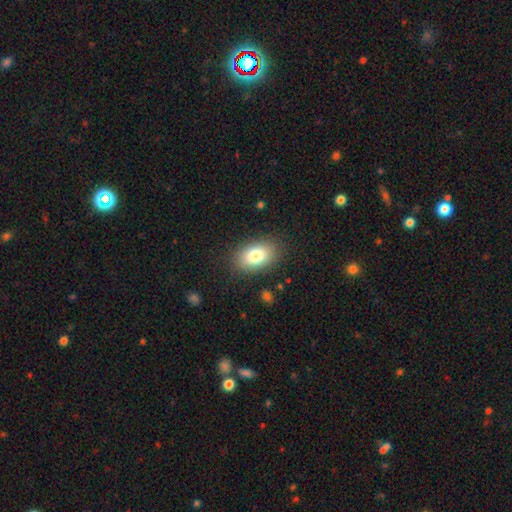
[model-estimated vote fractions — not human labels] A smooth galaxy with no disk features (82%) that is in between round and cigar-shaped (90%).

Vote fractions:
- Smooth or featured? smooth: 82% / featured or disk: 10% / star or artifact: 8%
- How rounded? in between: 90% / round: 8% / cigar-shaped: 1%
- Merging? none: 85% / minor disturbance: 11% / major disturbance: 4% / merger: 1%